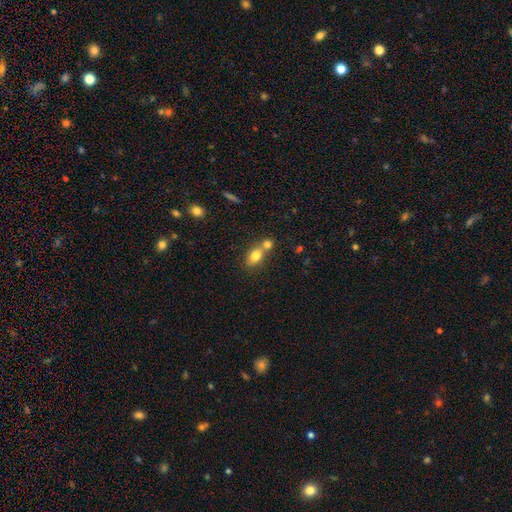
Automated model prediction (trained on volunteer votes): A smooth galaxy with no disk features (79%) that is in between round and cigar-shaped (73%).

Vote fractions:
- Smooth or featured? smooth: 79% / featured or disk: 12% / star or artifact: 9%
- How rounded? in between: 73% / round: 25% / cigar-shaped: 3%
- Merging? merger: 52% / none: 37% / minor disturbance: 9% / major disturbance: 3%